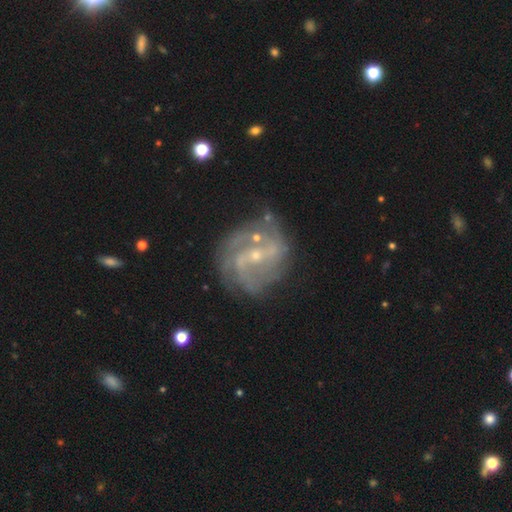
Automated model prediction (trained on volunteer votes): A featured or disk galaxy (83%) with a weak bar (46%), 2 (48%) medium (45%) spiral arms (90%) and a small central bulge (76%).

Vote fractions:
- Smooth or featured? featured or disk: 83% / smooth: 9% / star or artifact: 8%
- Edge-on disk? no: 97% / yes: 3%
- Bar? weak: 46% / no: 32% / strong: 23%
- Spiral arms? yes: 90% / no: 10%
- Spiral winding? medium: 45% / tight: 28% / loose: 27%
- Spiral arm count? 2: 48% / can't tell: 23% / 3: 14% / 4: 6% / 1: 5% / more than 4: 4%
- Bulge size? small: 76% / moderate: 19% / none: 3% / large: 1% / dominant: 1%
- Merging? none: 66% / minor disturbance: 18% / major disturbance: 11% / merger: 5%